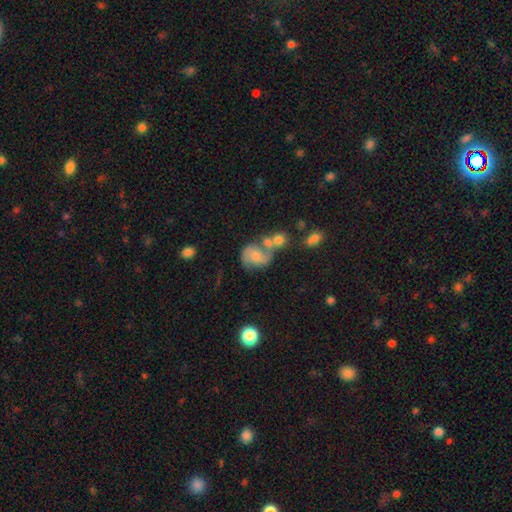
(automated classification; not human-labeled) This appears to be a featured or disk galaxy (59%) with no bar (63%), spiral arms (85%) and a moderate central bulge (43%). Merging: merger (36%, tied with none).